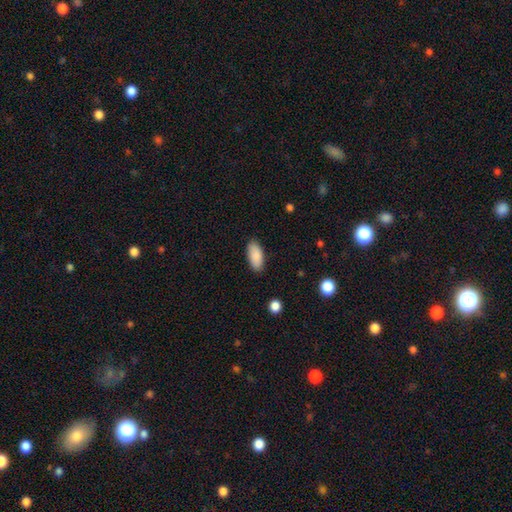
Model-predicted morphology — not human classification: A smooth galaxy with no disk features (88%) that is in between round and cigar-shaped (90%).

Vote fractions:
- Smooth or featured? smooth: 88% / star or artifact: 6% / featured or disk: 6%
- How rounded? in between: 90% / cigar-shaped: 8% / round: 2%
- Merging? none: 87% / minor disturbance: 10% / major disturbance: 2% / merger: 1%